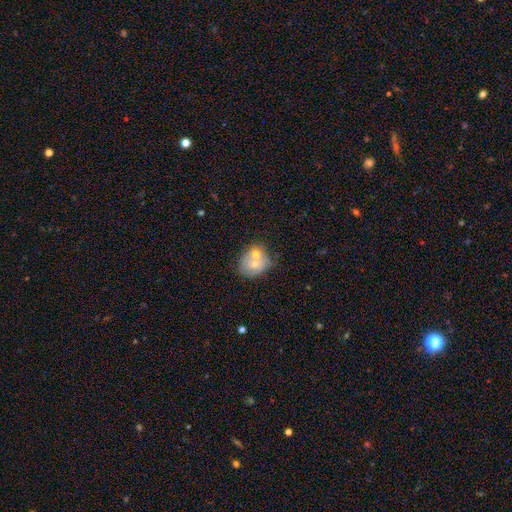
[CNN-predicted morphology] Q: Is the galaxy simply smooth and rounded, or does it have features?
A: smooth — 51%.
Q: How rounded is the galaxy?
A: round — 58%.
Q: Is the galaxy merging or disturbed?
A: none — 40%, tied with merger.